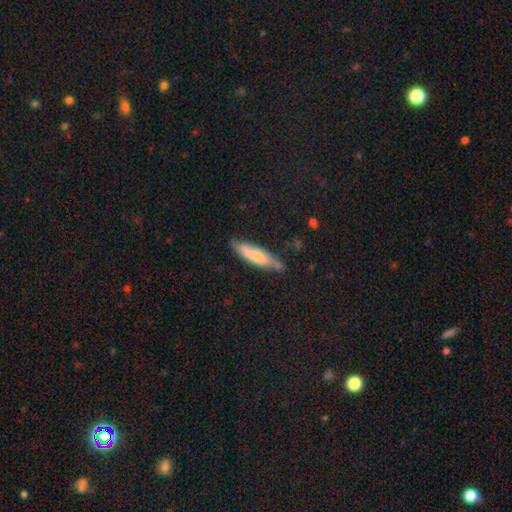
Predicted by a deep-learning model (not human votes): Overall: smooth (63%; featured or disk 31%). How rounded: cigar-shaped (73%). Merging: none (70%).